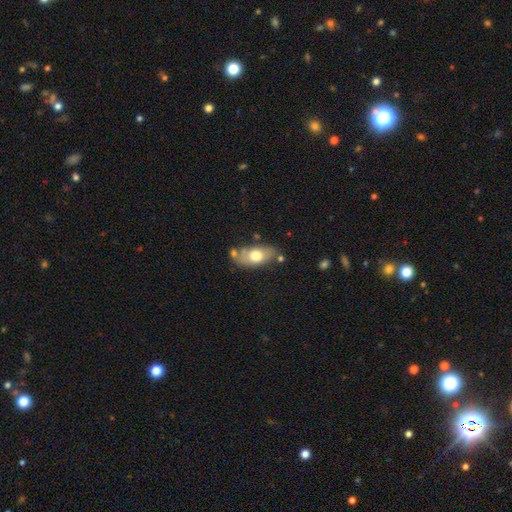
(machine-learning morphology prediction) The model was most divided on "smooth or featured": smooth: 65%, featured or disk: 28%, star or artifact: 6%. More confident: how rounded — in between (89%); merging — none (65%).